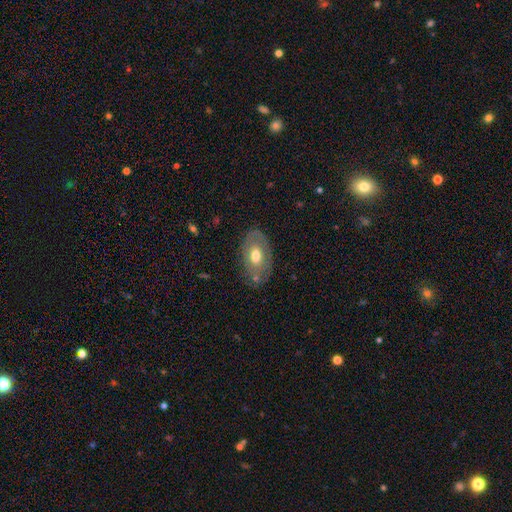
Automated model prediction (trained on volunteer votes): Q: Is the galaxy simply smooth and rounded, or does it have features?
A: smooth — 54%.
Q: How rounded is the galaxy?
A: in between — 89%.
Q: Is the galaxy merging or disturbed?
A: none — 71%.